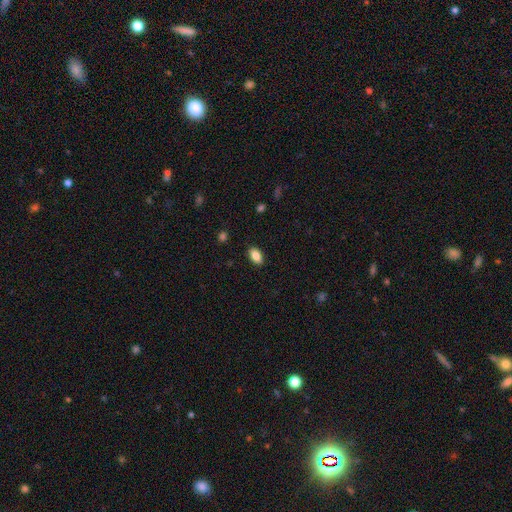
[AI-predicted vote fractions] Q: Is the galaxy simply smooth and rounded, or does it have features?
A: smooth — 87%.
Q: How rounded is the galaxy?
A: in between — 91%.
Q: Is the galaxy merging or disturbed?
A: none — 88%.